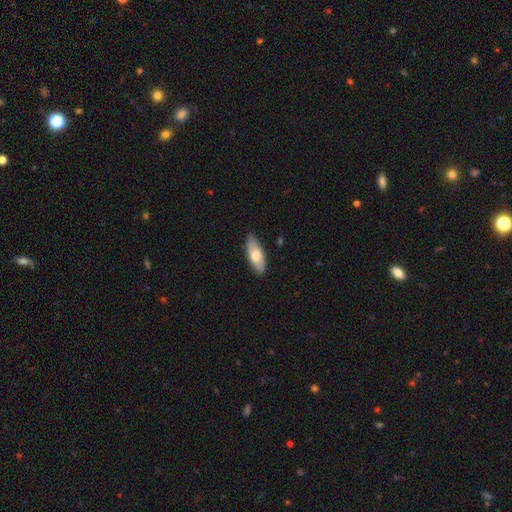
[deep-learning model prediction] smooth 68%, featured or disk 26%, star or artifact 5%. Down the decision tree: how rounded — in between (78%); merging — none (83%).